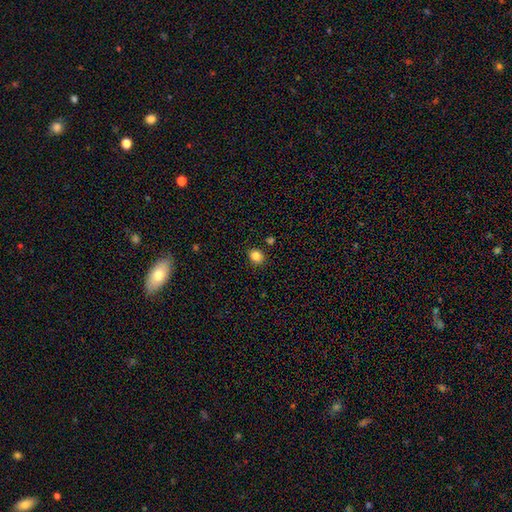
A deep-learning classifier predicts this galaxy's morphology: Q: Smooth or featured?
A: smooth (85%); runner-up: star or artifact (11%)
Q: How rounded?
A: round (56%); runner-up: in between (43%)
Q: Merging?
A: none (86%); runner-up: minor disturbance (9%)